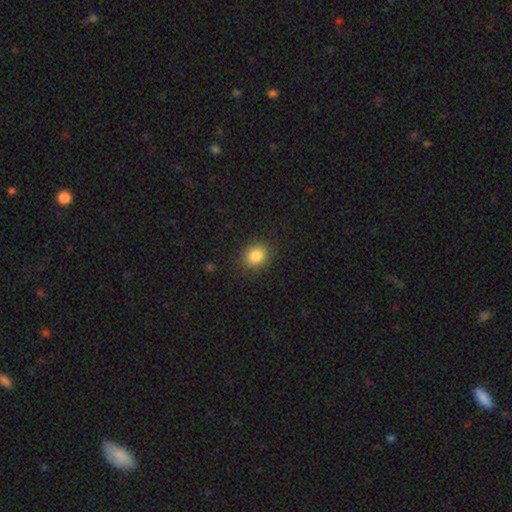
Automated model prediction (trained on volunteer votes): A smooth galaxy with no disk features (85%) that is round (63%). Merging: none (86%).